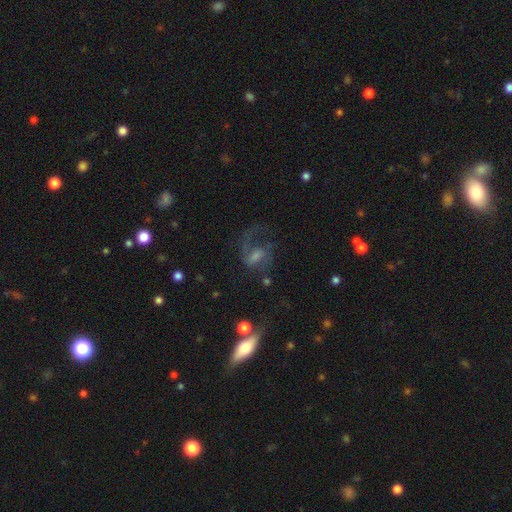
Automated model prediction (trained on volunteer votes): Overall: featured or disk (69%). Edge-on disk: no (95%). Bar: weak (47%; no 37%). Spiral arms: yes (87%). Spiral arm count: 2 (59%; 1 23%). Spiral winding: medium (45%; loose 40%). Bulge size: small (36%, tied with moderate). Merging: none (51%; major disturbance 28%).